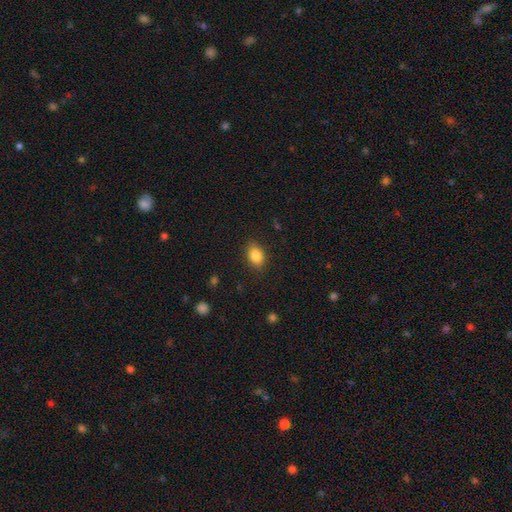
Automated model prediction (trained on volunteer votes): smooth_or_featured: smooth (p=0.85) [alt: star or artifact p=0.09]
how_rounded: in between (p=0.78) [alt: round p=0.20]
merging: none (p=0.86) [alt: minor disturbance p=0.10]